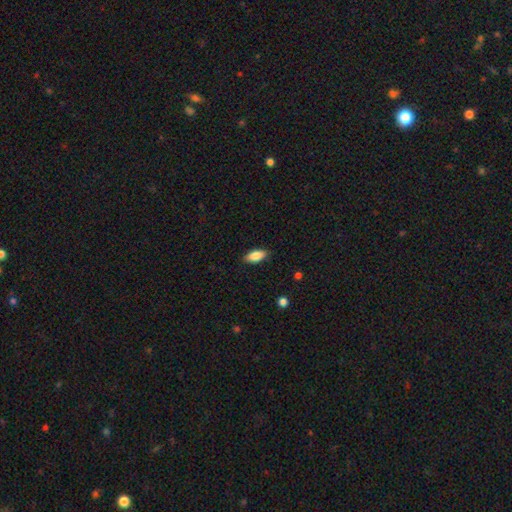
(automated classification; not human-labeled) smooth-or-featured: smooth: 85% | featured or disk: 8% | star or artifact: 7%
  how-rounded: in between: 88% | cigar-shaped: 10% | round: 2%
  merging: none: 87% | minor disturbance: 10% | major disturbance: 2% | merger: 1%